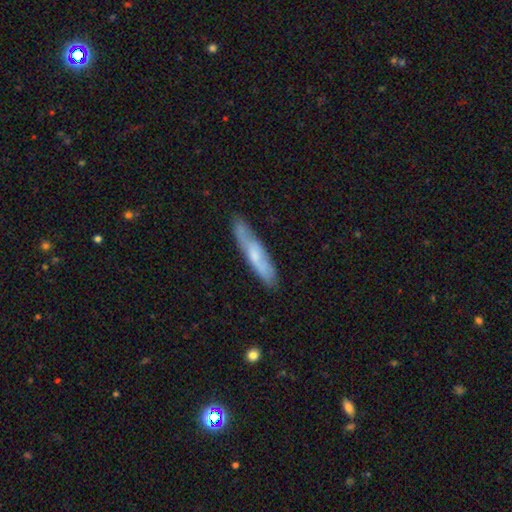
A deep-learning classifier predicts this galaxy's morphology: Overall: smooth (48%; featured or disk 46%). Merging: none (79%).